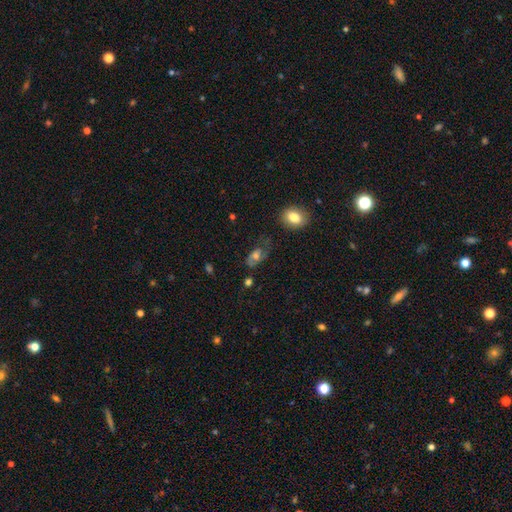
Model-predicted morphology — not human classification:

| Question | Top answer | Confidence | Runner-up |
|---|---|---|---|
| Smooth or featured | smooth | 49% | featured or disk (40%) |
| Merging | none | 49% | minor disturbance (27%) |